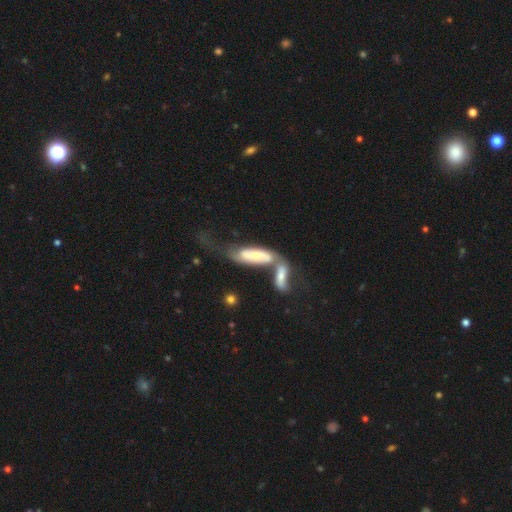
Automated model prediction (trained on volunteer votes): A featured or disk galaxy (49%). Merging: merger (69%).